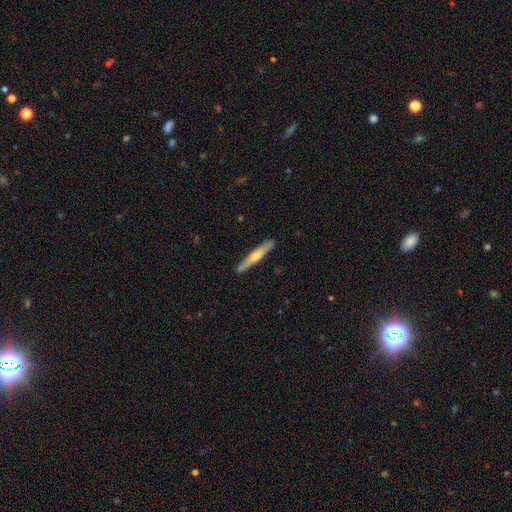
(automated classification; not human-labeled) This appears to be a featured or disk galaxy (55%) viewed edge-on (95%) with a rounded central bulge (83%). Merging: none (90%).